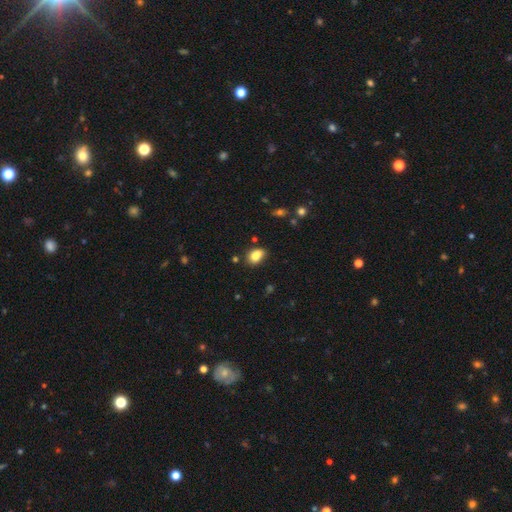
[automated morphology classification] Overall: smooth (82%). How rounded: in between (78%). Merging: none (62%; minor disturbance 26%).